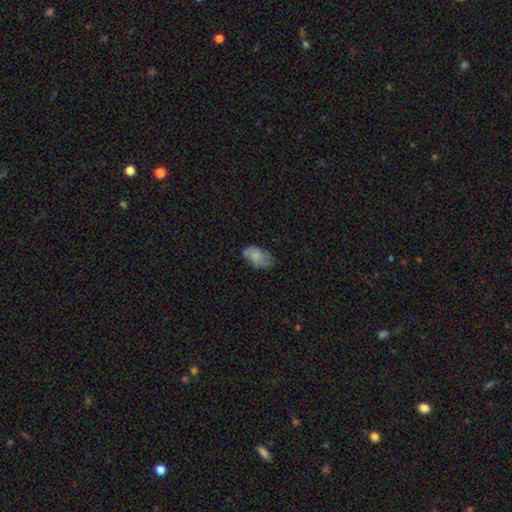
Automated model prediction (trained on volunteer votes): smooth_or_featured: smooth (p=0.67) [alt: featured or disk p=0.24]
how_rounded: in between (p=0.91) [alt: round p=0.07]
merging: none (p=0.51) [alt: minor disturbance p=0.34]